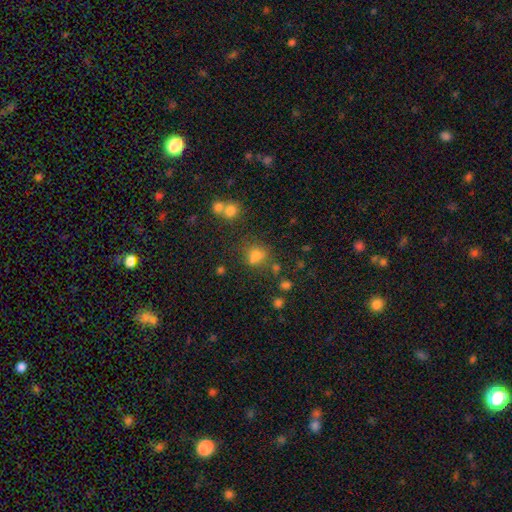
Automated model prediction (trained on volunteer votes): smooth_or_featured: smooth (p=0.74) [alt: star or artifact p=0.17]
how_rounded: round (p=0.56) [alt: in between p=0.43]
merging: none (p=0.61) [alt: minor disturbance p=0.18]